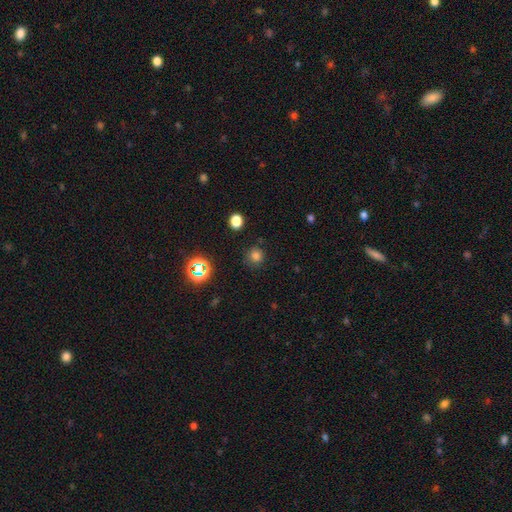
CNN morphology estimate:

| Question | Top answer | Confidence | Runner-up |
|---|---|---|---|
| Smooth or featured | smooth | 75% | star or artifact (20%) |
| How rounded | round | 92% | in between (7%) |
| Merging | none | 85% | minor disturbance (9%) |